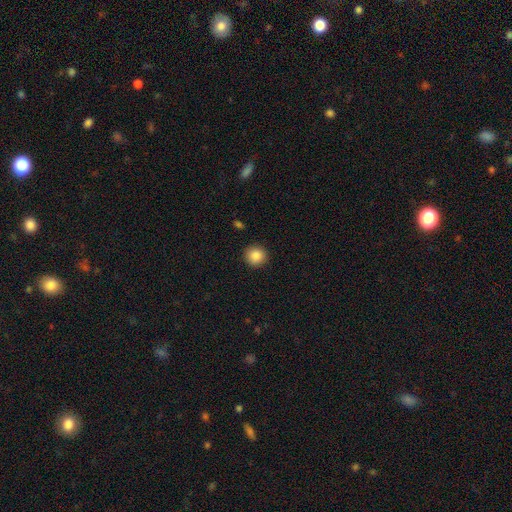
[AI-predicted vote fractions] smooth 87%, star or artifact 9%, featured or disk 4%. Down the decision tree: how rounded — round (93%); merging — none (92%).